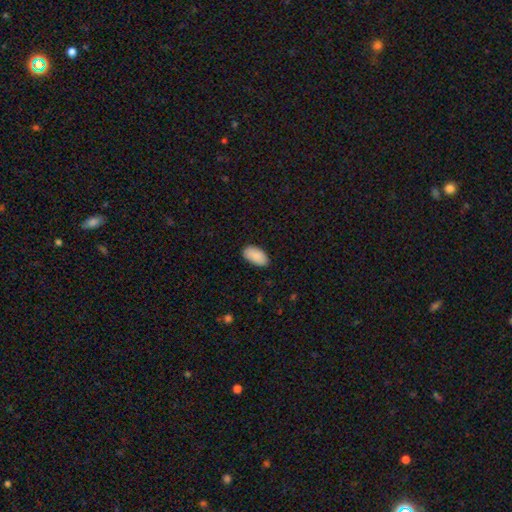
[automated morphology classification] A smooth galaxy with no disk features (90%) that is in between round and cigar-shaped (95%).

Vote fractions:
- Smooth or featured? smooth: 90% / star or artifact: 6% / featured or disk: 4%
- How rounded? in between: 95% / round: 3% / cigar-shaped: 2%
- Merging? none: 86% / minor disturbance: 11% / major disturbance: 2% / merger: 1%